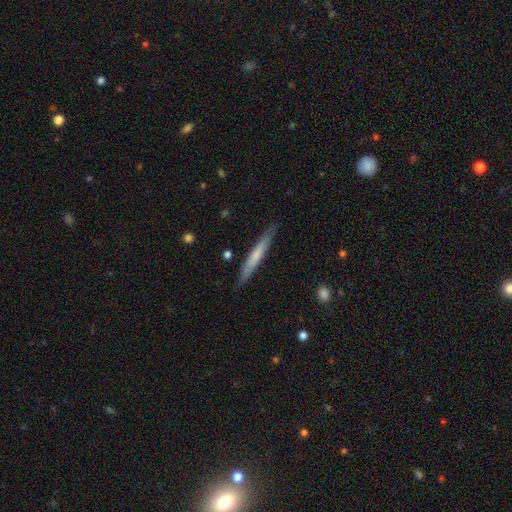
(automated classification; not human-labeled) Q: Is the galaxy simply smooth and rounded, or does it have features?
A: smooth — 59%.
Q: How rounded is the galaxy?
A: cigar-shaped — 96%.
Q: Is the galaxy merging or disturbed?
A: none — 87%.